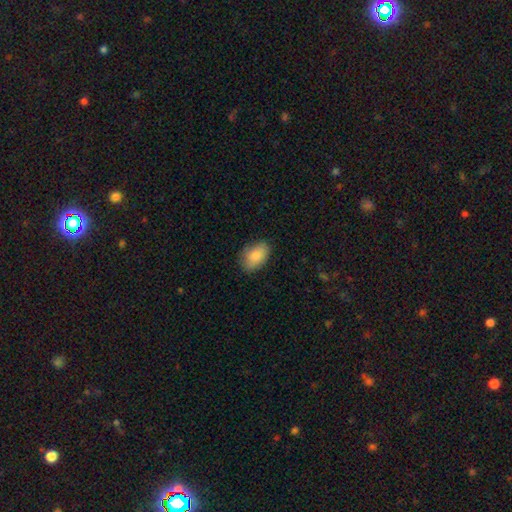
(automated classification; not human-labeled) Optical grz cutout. It shows a smooth galaxy with no disk features (87%) that is in between round and cigar-shaped (90%). Merging: none (81%).